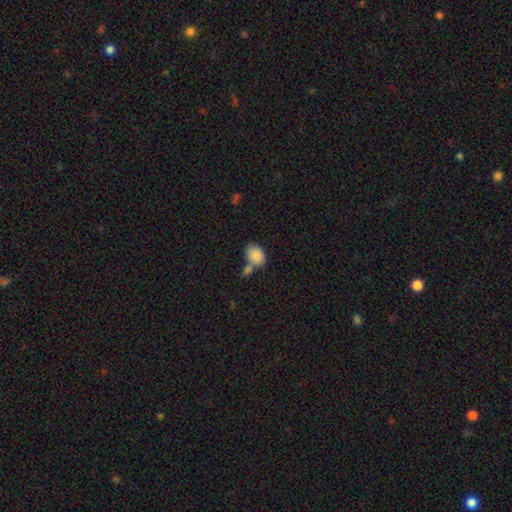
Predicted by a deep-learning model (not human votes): Smooth or featured?
  - smooth: 86% *
  - star or artifact: 8%
  - featured or disk: 6%
How rounded?
  - in between: 81% *
  - round: 18%
  - cigar-shaped: 1%
Merging?
  - none: 45% *
  - merger: 37%
  - minor disturbance: 13%
  - major disturbance: 5%